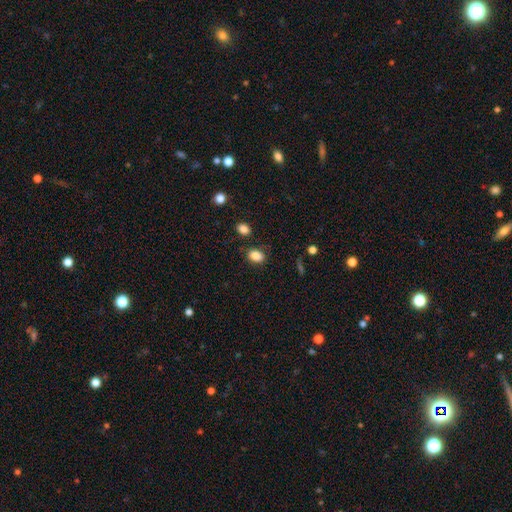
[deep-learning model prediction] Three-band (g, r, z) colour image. It shows a smooth galaxy with no disk features (86%) that is in between round and cigar-shaped (78%). Merging: none (80%).